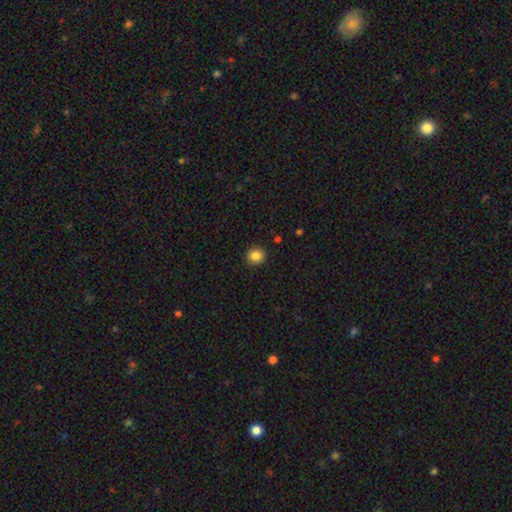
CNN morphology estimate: A smooth galaxy with no disk features (85%) that is round (88%). Merging: none (91%).